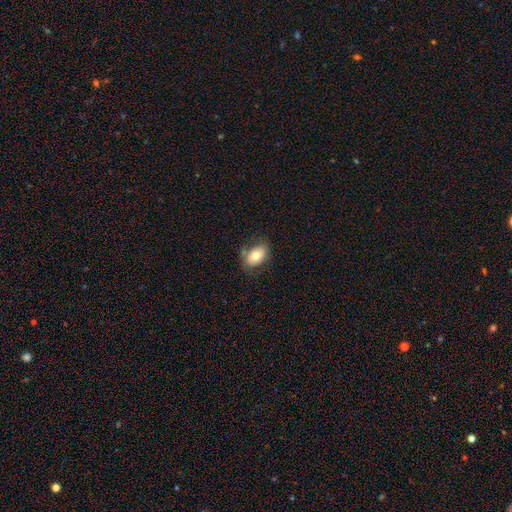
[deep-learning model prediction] Morphology: type=smooth (71%); roundness=in between (85%); merging=none (71%).